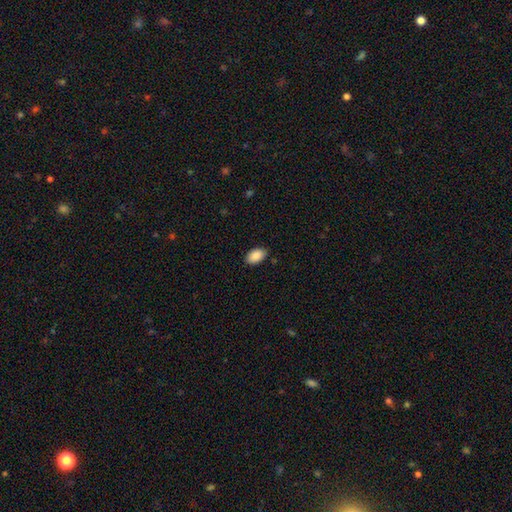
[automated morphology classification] smooth_or_featured: smooth (p=0.90) [alt: star or artifact p=0.07]
how_rounded: in between (p=0.93) [alt: round p=0.06]
merging: none (p=0.87) [alt: minor disturbance p=0.10]